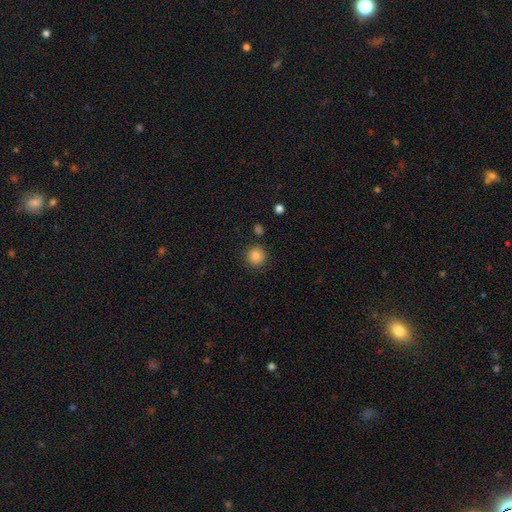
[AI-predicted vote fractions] This is clearly a smooth galaxy (86%). How rounded: clearly round (93%). Merging: clearly none (87%).